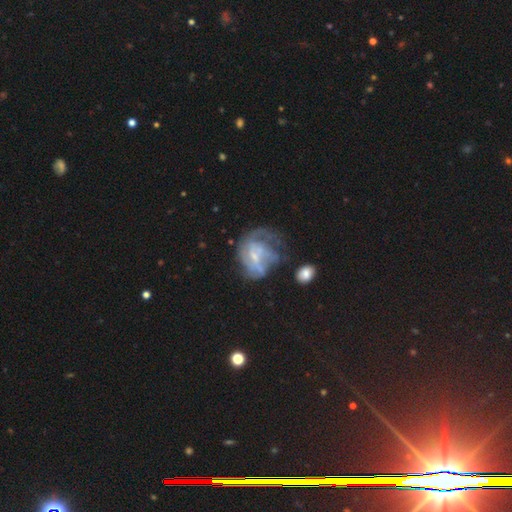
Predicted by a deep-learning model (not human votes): smooth-or-featured: featured or disk: 67% | smooth: 23% | star or artifact: 10%
  disk-edge-on: no: 97% | yes: 3%
    bar: no: 49% | weak: 39% | strong: 12%
    has-spiral-arms: yes: 56% | no: 44%
    bulge-size: small: 52% | none: 23% | moderate: 22% | large: 2% | dominant: 1%
  merging: major disturbance: 42% | none: 28% | minor disturbance: 20% | merger: 10%